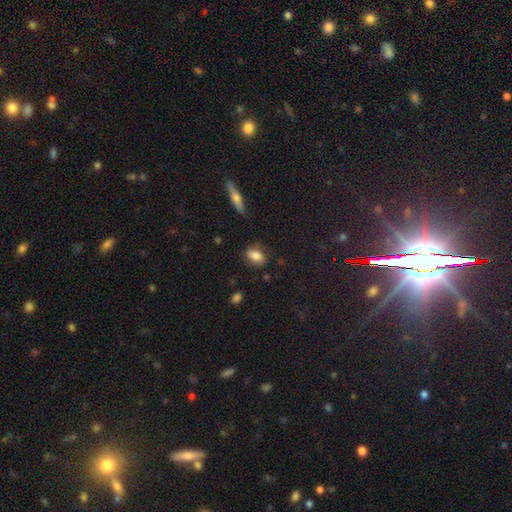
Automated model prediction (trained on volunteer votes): Morphology: type=smooth (78%); roundness=in between (81%); merging=none (73%).